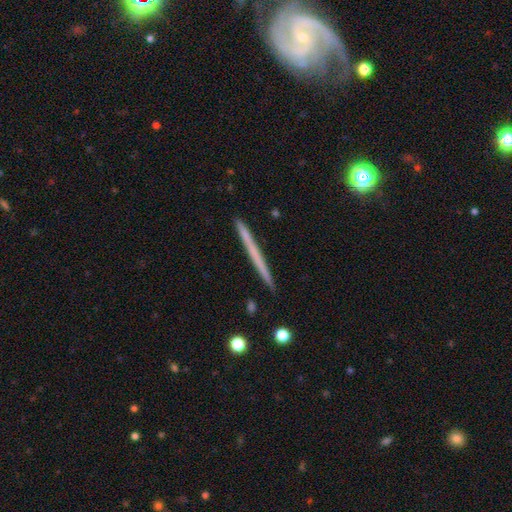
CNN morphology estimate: Smooth or featured? smooth (49%)
Merging? none (92%)